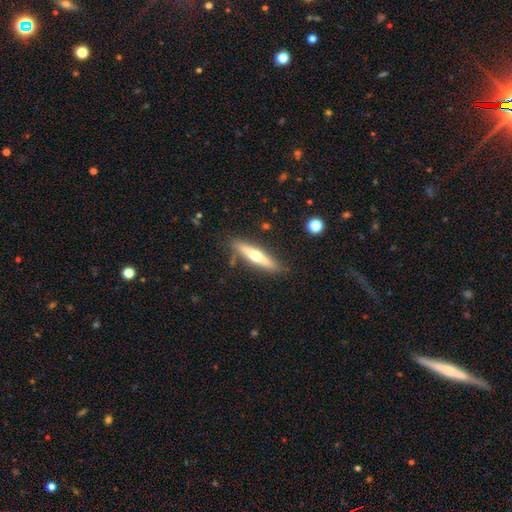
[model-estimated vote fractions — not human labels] A featured or disk galaxy (56%) viewed edge-on (93%) with a rounded central bulge (91%). Merging: none (84%).